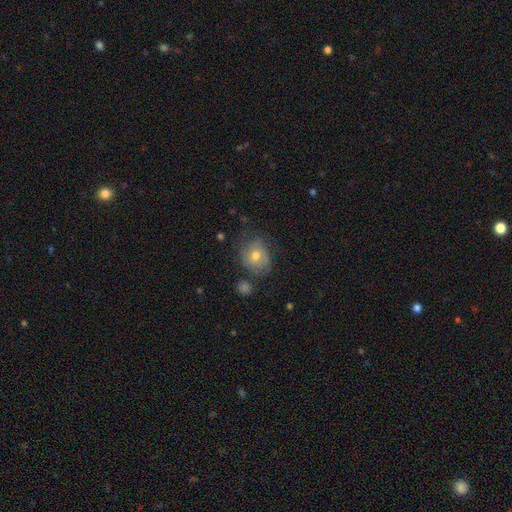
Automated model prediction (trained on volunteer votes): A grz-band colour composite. It shows a smooth galaxy with no disk features (62%) that is round (62%). Merging: none (57%).